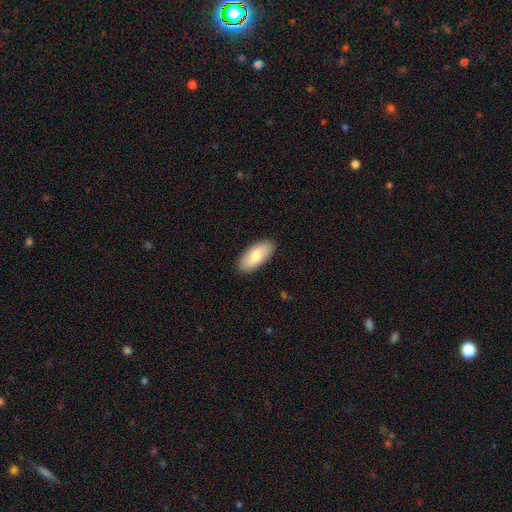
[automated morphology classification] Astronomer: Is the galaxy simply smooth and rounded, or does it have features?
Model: smooth — 78%.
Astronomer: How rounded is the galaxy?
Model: in between — 92%.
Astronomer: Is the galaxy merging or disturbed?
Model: none — 90%.